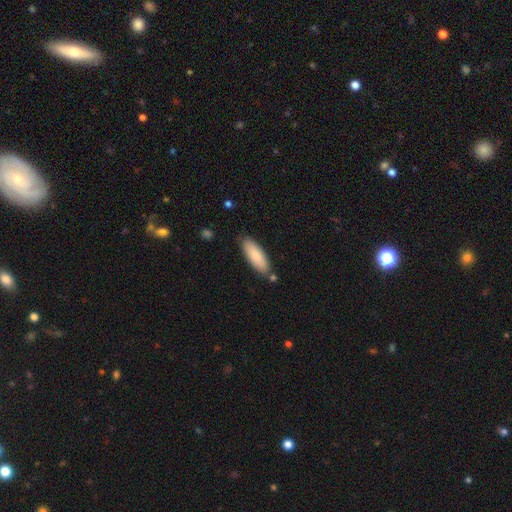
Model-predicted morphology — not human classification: Q: Smooth or featured?
A: smooth (83%); runner-up: featured or disk (11%)
Q: How rounded?
A: in between (61%); runner-up: cigar-shaped (38%)
Q: Merging?
A: none (79%); runner-up: minor disturbance (13%)